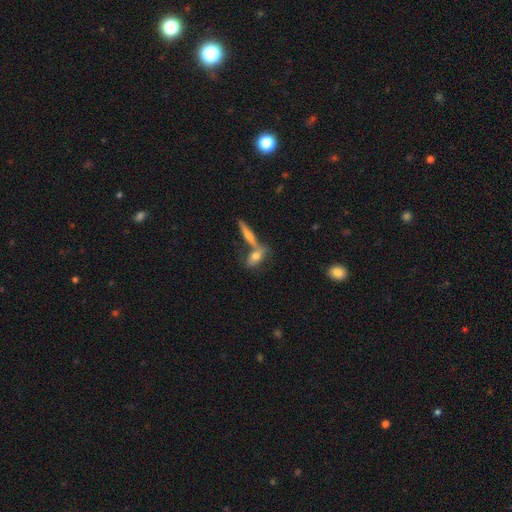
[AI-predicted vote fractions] The model was most divided on "smooth or featured": smooth: 49%, featured or disk: 39%, star or artifact: 12%. More confident: merging — none (51%).